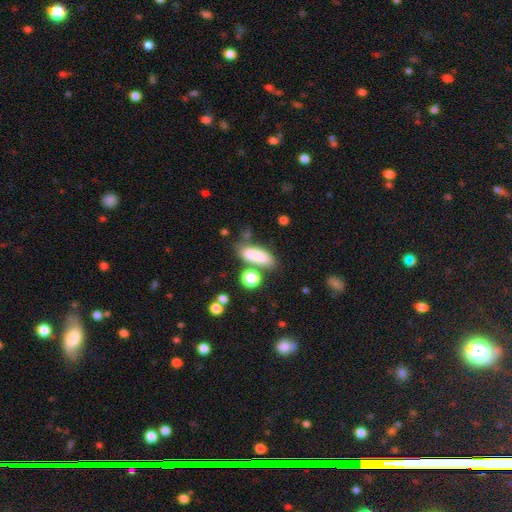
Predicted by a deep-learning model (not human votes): A smooth galaxy with no disk features (80%) that is in between round and cigar-shaped (64%). Merging: none (59%).